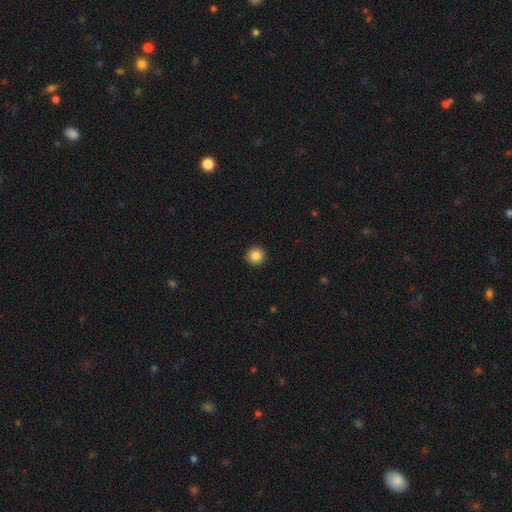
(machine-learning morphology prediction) Smooth or featured?
  - smooth: 86% *
  - star or artifact: 10%
  - featured or disk: 4%
How rounded?
  - round: 96% *
  - in between: 4%
  - cigar-shaped: 1%
Merging?
  - none: 92% *
  - minor disturbance: 5%
  - major disturbance: 2%
  - merger: 1%